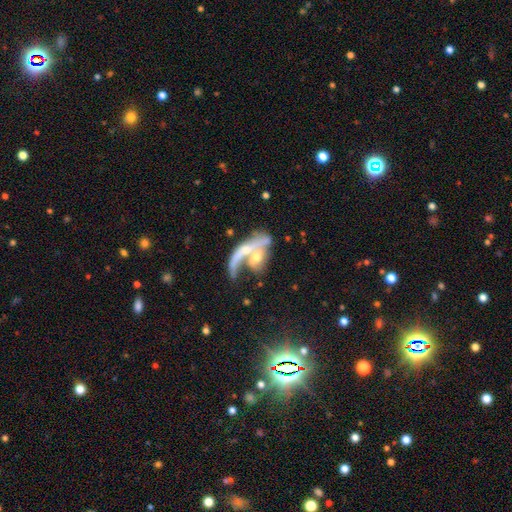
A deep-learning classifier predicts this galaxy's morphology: type=featured or disk (56%); edge-on=no (78%); merging=merger (61%).